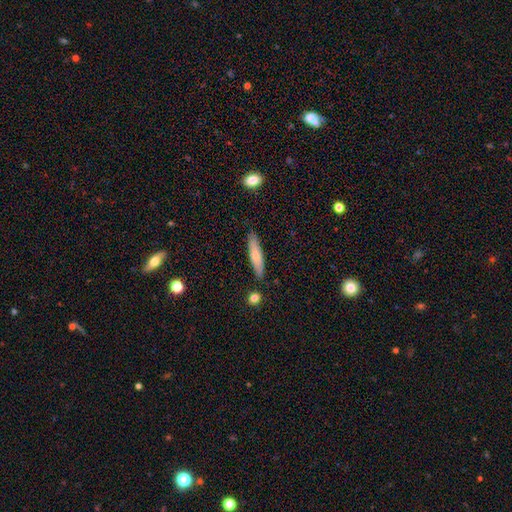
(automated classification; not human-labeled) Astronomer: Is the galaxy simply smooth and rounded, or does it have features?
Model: smooth — 69%.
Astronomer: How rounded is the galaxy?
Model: cigar-shaped — 81%.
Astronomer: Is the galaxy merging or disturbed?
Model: none — 85%.